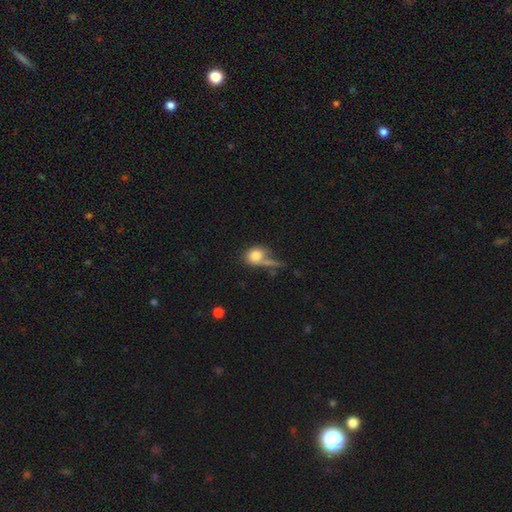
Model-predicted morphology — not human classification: Smooth or featured? smooth (78%)
How rounded? in between (52%)
Merging? none (38%)